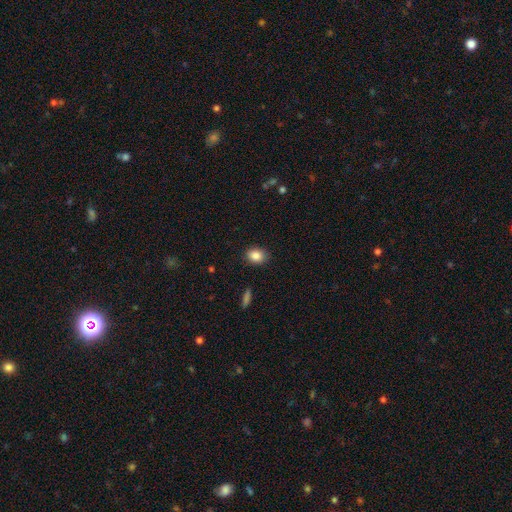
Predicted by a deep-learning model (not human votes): smooth_or_featured: smooth (p=0.86) [alt: star or artifact p=0.09]
how_rounded: in between (p=0.57) [alt: round p=0.41]
merging: none (p=0.89) [alt: minor disturbance p=0.08]